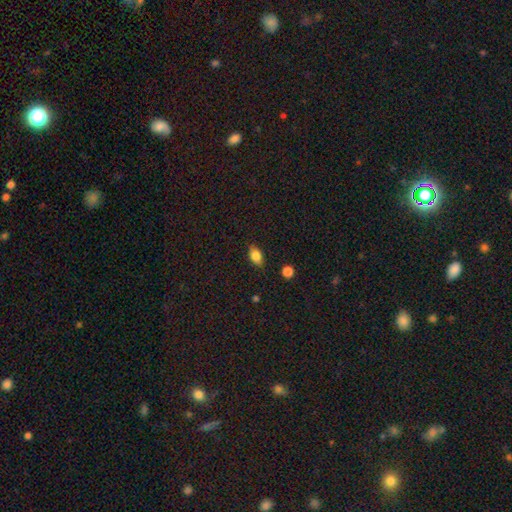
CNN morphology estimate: Smooth or featured? Predicted: smooth (p=0.82). How rounded? Predicted: in between (p=0.86). Merging? Predicted: none (p=0.85).